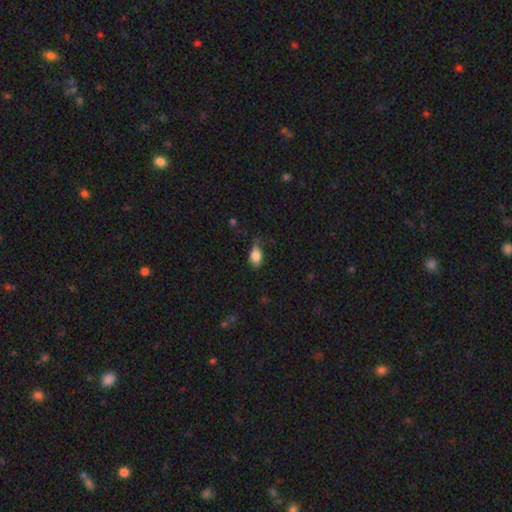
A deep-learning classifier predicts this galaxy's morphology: smooth 84%, star or artifact 8%, featured or disk 8%. Down the decision tree: how rounded — in between (88%); merging — none (59%).